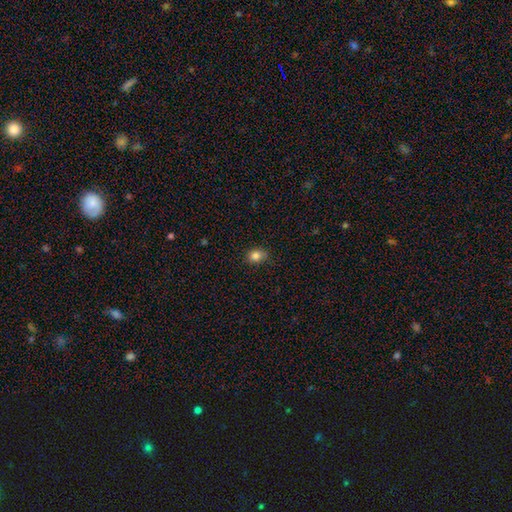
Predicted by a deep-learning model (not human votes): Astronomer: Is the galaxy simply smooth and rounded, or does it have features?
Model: smooth — 84%.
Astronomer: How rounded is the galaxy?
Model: round — 52% (runner-up: in between, 47%).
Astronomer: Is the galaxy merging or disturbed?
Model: none — 82%.